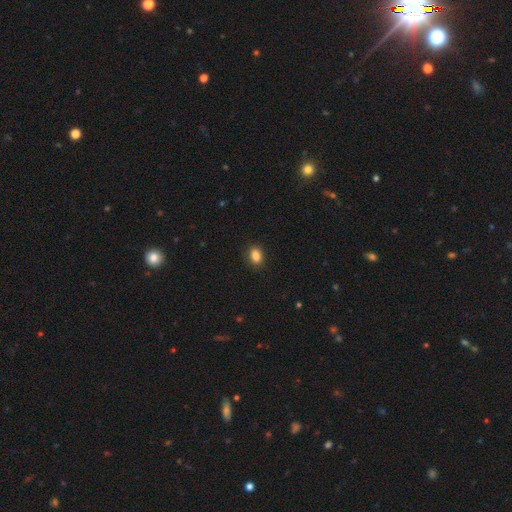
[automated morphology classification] The model was most divided on "how rounded": in between: 78%, round: 20%, cigar-shaped: 2%. More confident: merging — none (88%); smooth or featured — smooth (86%).